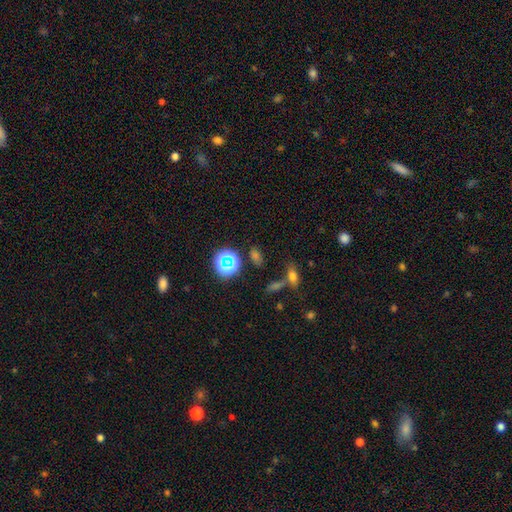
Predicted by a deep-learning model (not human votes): Smooth or featured? Predicted: smooth (p=0.46). Merging? Predicted: none (p=0.68).